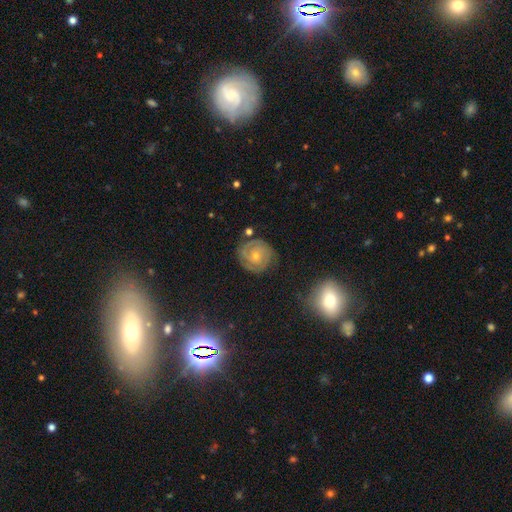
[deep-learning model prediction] This appears to be a featured or disk galaxy (76%) with no bar (73%), 2 (50%) tight (74%) spiral arms (95%) and a small central bulge (61%). Merging: none (81%).